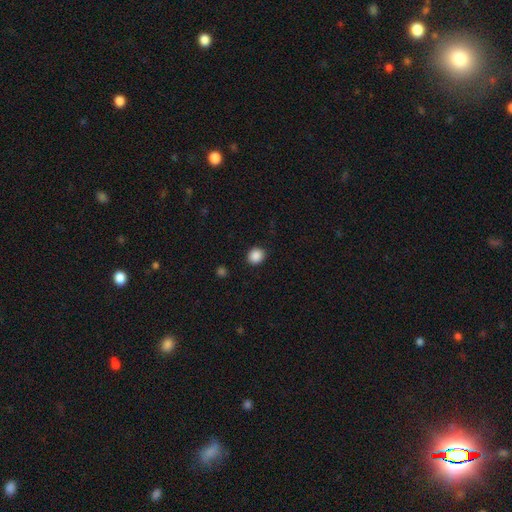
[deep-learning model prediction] The model was most divided on "how rounded": round: 76%, in between: 23%, cigar-shaped: 1%. More confident: merging — none (90%); smooth or featured — smooth (88%).